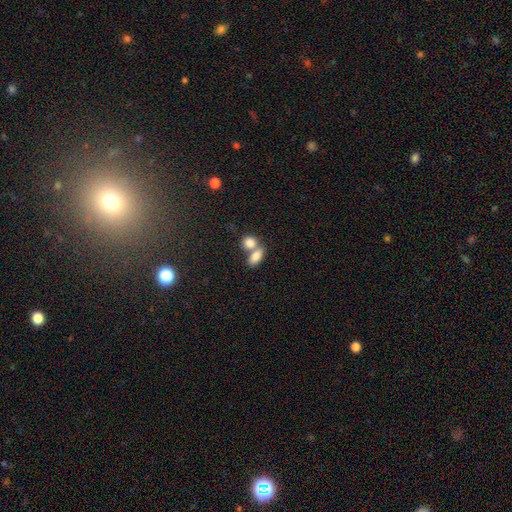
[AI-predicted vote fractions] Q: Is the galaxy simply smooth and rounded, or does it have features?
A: smooth — 82%.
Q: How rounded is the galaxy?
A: in between — 83%.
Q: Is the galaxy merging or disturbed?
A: merger — 58%.